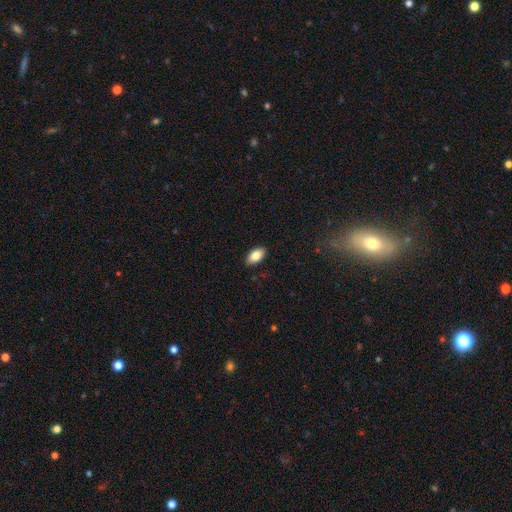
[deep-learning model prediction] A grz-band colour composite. It shows a smooth galaxy with no disk features (83%) that is in between round and cigar-shaped (93%). Merging: none (89%).